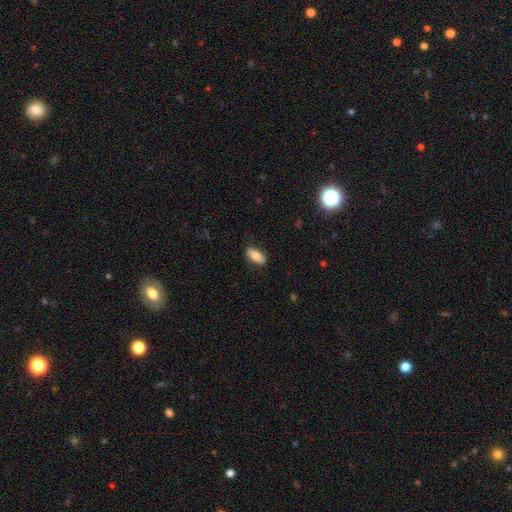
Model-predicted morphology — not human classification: smooth-or-featured: smooth: 75% | featured or disk: 18% | star or artifact: 7%
  how-rounded: in between: 83% | cigar-shaped: 14% | round: 3%
  merging: none: 83% | minor disturbance: 13% | major disturbance: 3% | merger: 1%